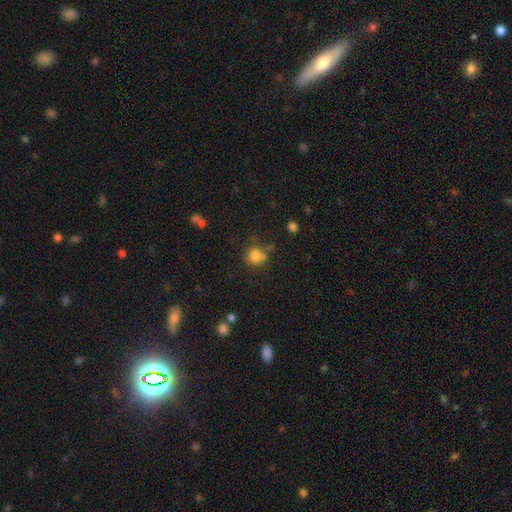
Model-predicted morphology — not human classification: A smooth galaxy with no disk features (76%) that is round (69%). Merging: none (47%).